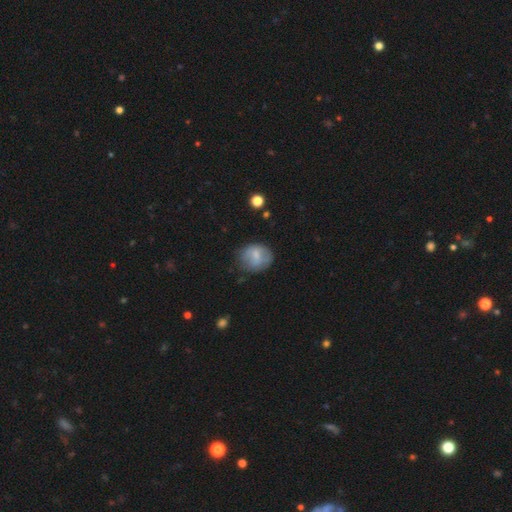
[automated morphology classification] This is likely a smooth galaxy (69%). How rounded: likely round (64%). Merging: likely none (65%).